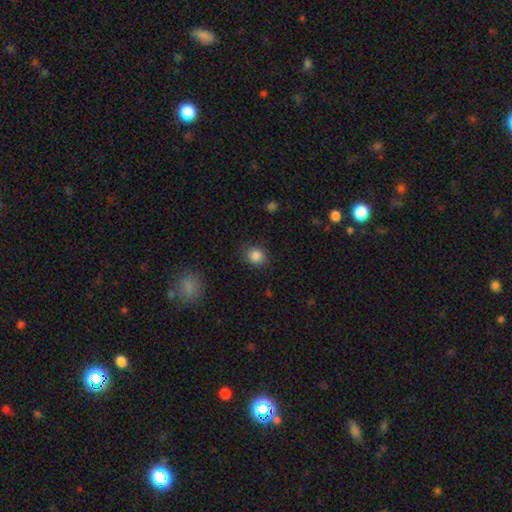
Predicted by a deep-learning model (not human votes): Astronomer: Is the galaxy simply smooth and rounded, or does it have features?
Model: smooth — 86%.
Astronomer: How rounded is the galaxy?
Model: round — 75%.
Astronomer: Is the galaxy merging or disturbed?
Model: none — 85%.